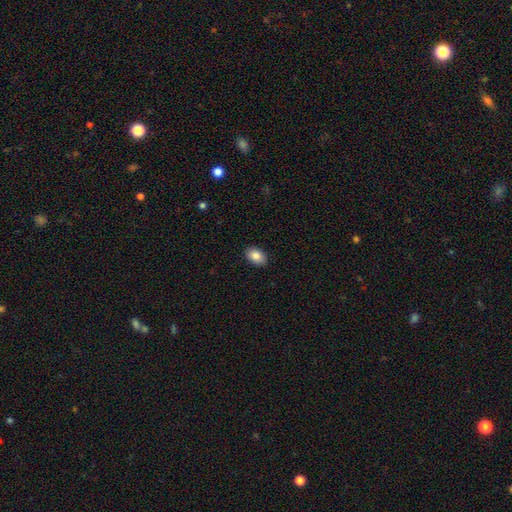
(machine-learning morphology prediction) type=smooth (86%); roundness=in between (87%); merging=none (89%).